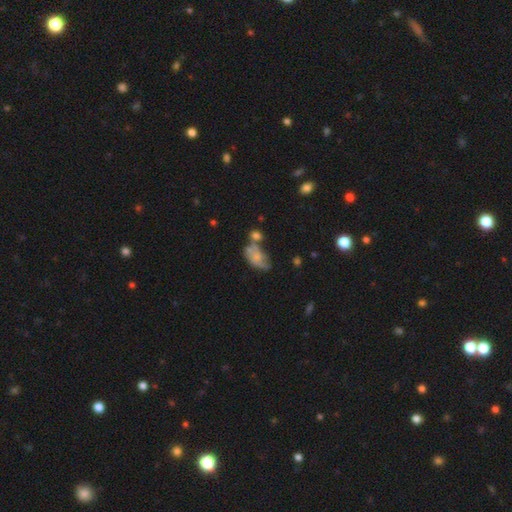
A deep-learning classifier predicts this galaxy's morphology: Smooth or featured: smooth — 51% (featured or disk — 39%)
How rounded: in between — 89% (round — 7%)
Merging: merger — 30% (none — 27%)